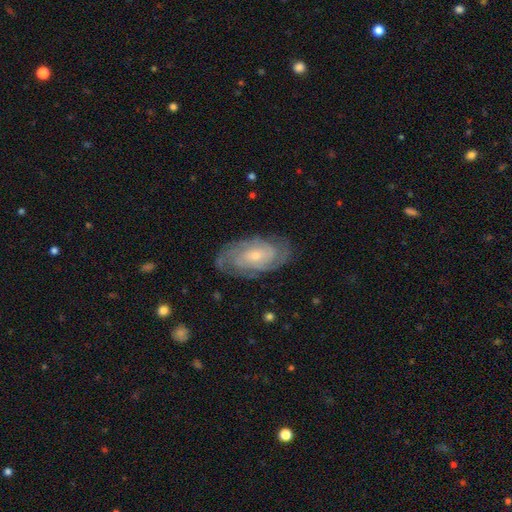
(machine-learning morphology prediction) This appears to be a featured or disk galaxy (83%) with no bar (60%), 2 (45%) tight (70%) spiral arms (95%) and a small central bulge (61%). Merging: none (79%).